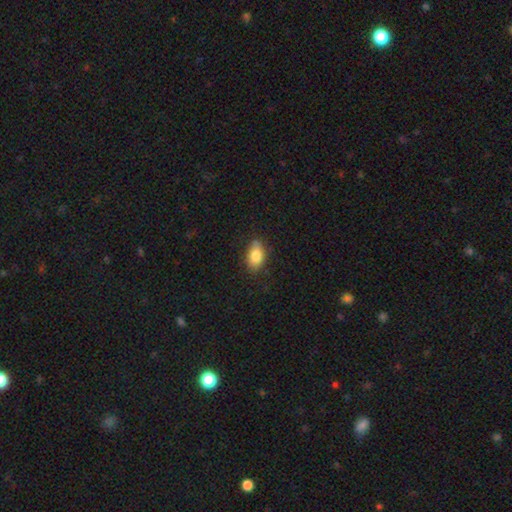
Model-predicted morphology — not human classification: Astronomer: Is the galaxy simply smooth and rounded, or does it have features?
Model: smooth — 83%.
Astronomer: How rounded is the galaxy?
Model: in between — 90%.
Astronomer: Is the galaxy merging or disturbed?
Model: none — 73%.